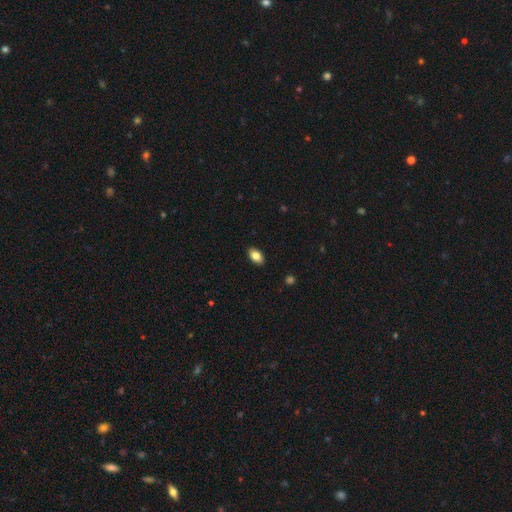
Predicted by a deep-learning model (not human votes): smooth_or_featured: smooth (p=0.83) [alt: featured or disk p=0.09]
how_rounded: in between (p=0.91) [alt: round p=0.07]
merging: none (p=0.89) [alt: minor disturbance p=0.08]